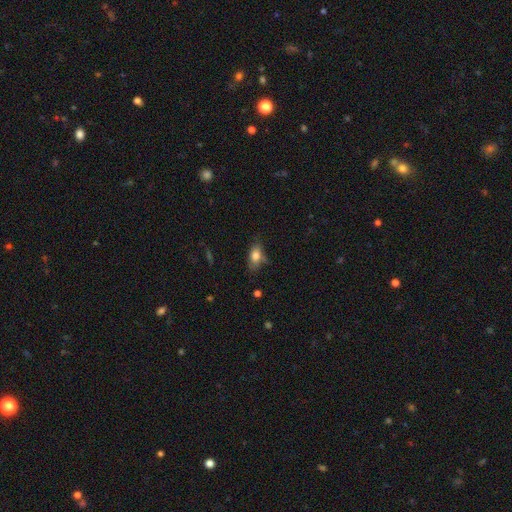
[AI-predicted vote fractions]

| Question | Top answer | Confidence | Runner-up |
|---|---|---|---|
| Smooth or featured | smooth | 78% | featured or disk (13%) |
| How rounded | in between | 84% | round (8%) |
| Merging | none | 65% | minor disturbance (25%) |